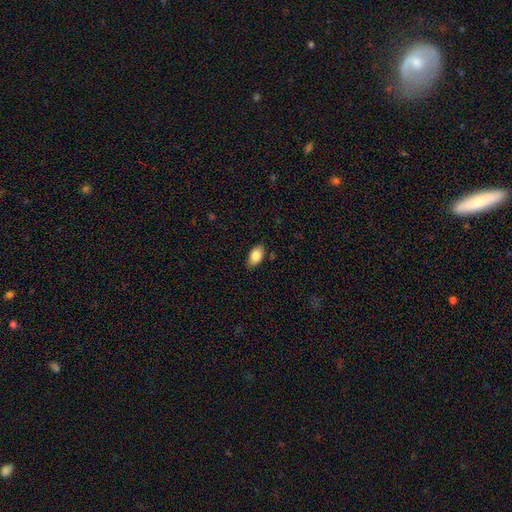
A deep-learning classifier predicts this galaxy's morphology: A smooth galaxy with no disk features (83%) that is in between round and cigar-shaped (92%). Merging: none (85%).